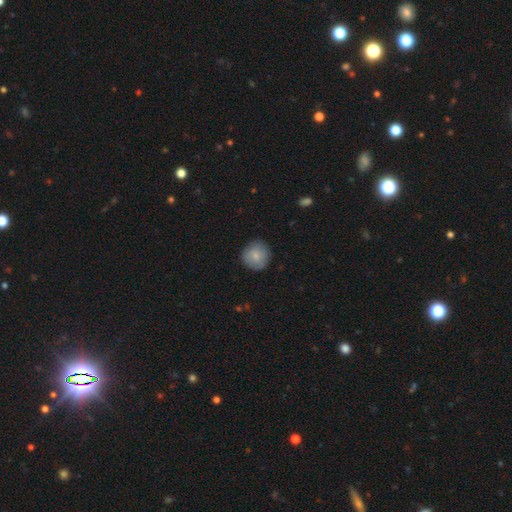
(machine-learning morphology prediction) This is likely a smooth galaxy (77%). How rounded: clearly round (92%). Merging: clearly none (84%).